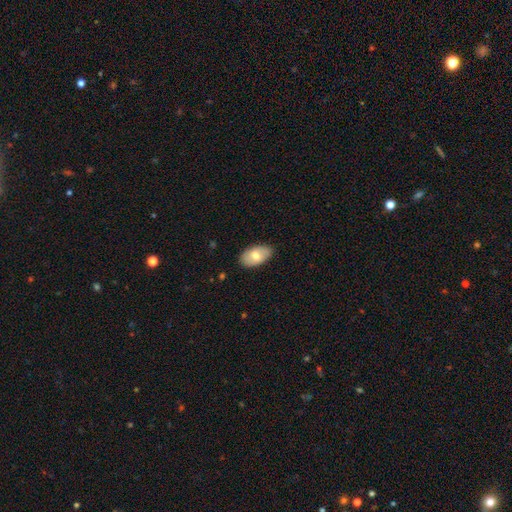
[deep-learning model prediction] Overall: smooth (71%). How rounded: in between (94%). Merging: none (85%).